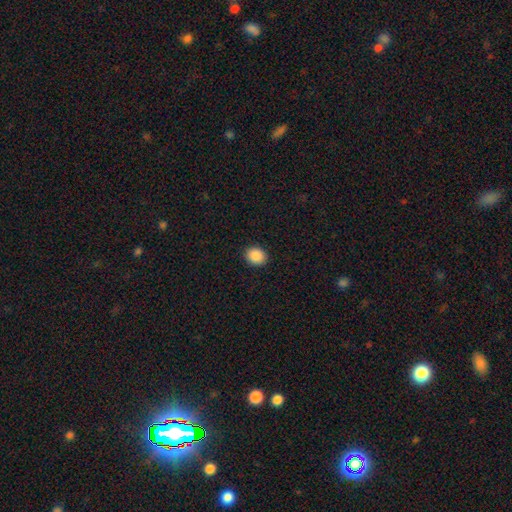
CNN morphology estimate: Smooth or featured? smooth (88%)
How rounded? round (63%)
Merging? none (91%)